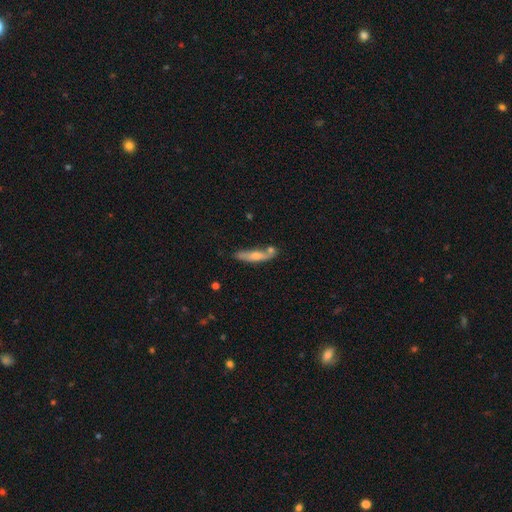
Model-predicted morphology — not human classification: type=smooth (54%); roundness=cigar-shaped (81%); merging=none (61%).